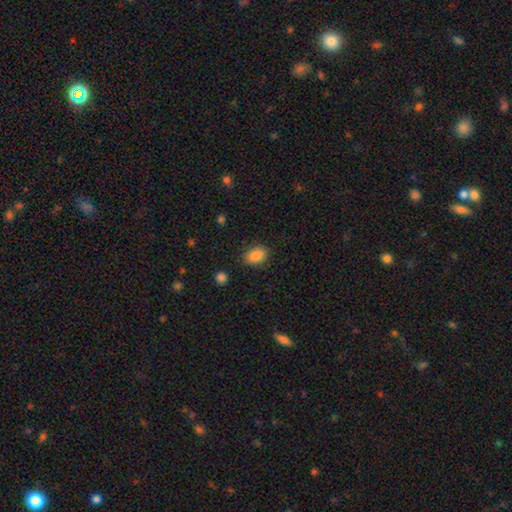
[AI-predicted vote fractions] This is clearly a smooth galaxy (86%). How rounded: clearly in between (83%). Merging: clearly none (85%).